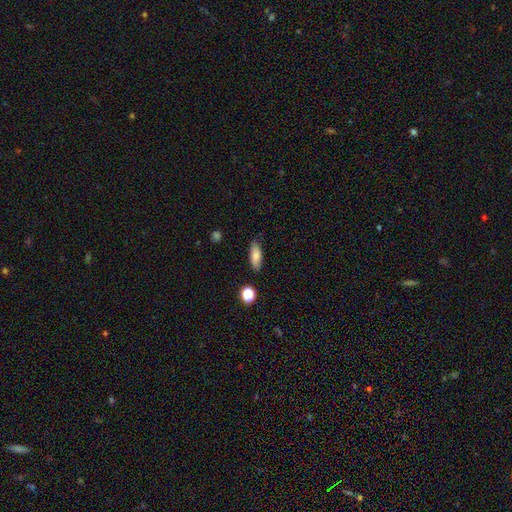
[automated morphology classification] Smooth or featured? Predicted: smooth (p=0.82). How rounded? Predicted: in between (p=0.67). Merging? Predicted: none (p=0.83).